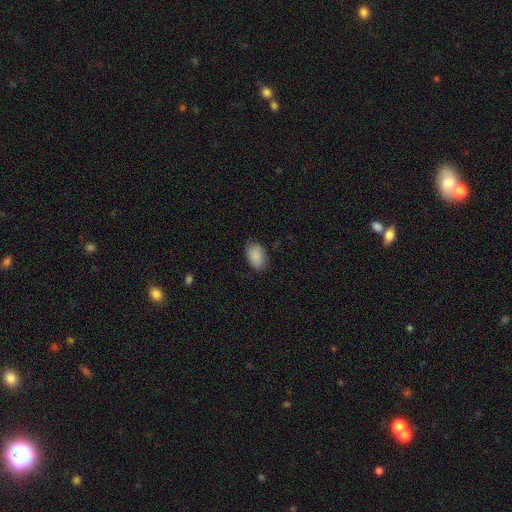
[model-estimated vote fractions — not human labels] Smooth or featured?
  - smooth: 89% *
  - star or artifact: 7%
  - featured or disk: 5%
How rounded?
  - in between: 89% *
  - round: 10%
  - cigar-shaped: 1%
Merging?
  - none: 81% *
  - minor disturbance: 14%
  - major disturbance: 3%
  - merger: 1%